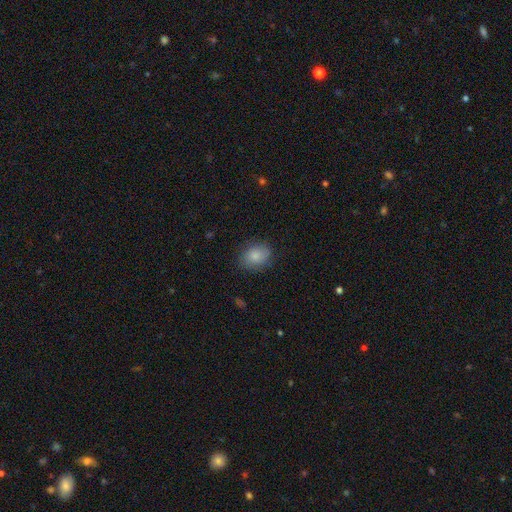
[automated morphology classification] Smooth or featured? smooth (83%)
How rounded? in between (63%)
Merging? none (79%)